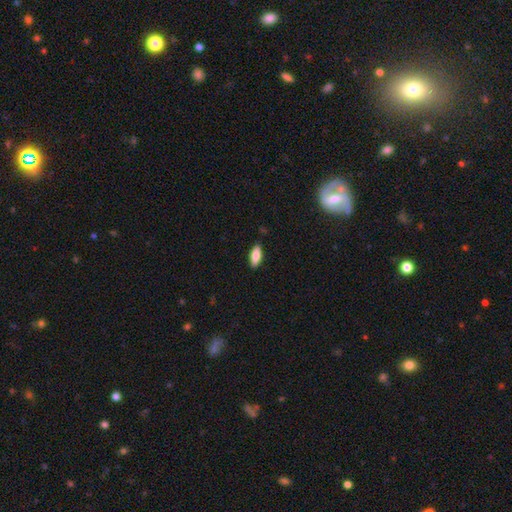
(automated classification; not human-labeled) smooth-or-featured: smooth: 78% | featured or disk: 16% | star or artifact: 6%
  how-rounded: in between: 73% | cigar-shaped: 24% | round: 2%
  merging: none: 88% | minor disturbance: 9% | major disturbance: 2% | merger: 1%